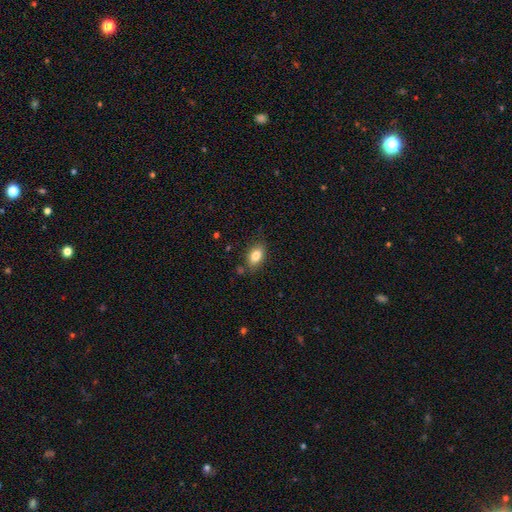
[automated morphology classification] A smooth galaxy with no disk features (83%) that is in between round and cigar-shaped (87%). Merging: none (79%).